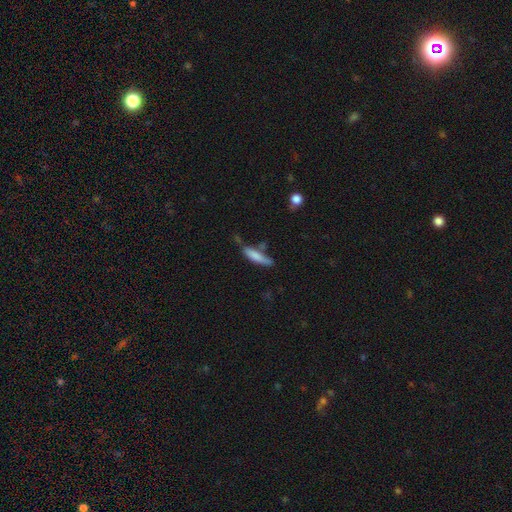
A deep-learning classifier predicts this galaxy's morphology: Smooth or featured? Predicted: smooth (p=0.76). How rounded? Predicted: cigar-shaped (p=0.74). Merging? Predicted: none (p=0.55).